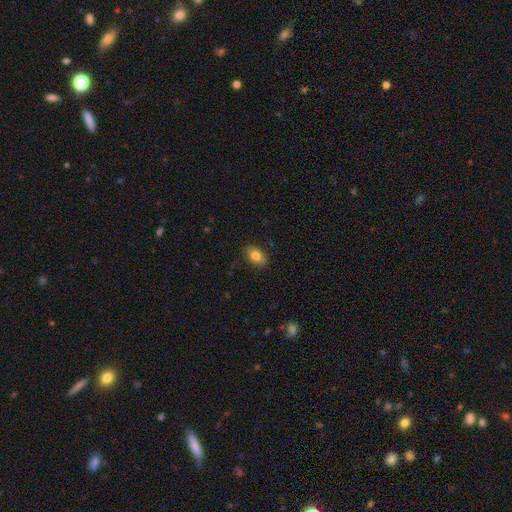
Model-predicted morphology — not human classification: Smooth or featured?
  - smooth: 80% *
  - featured or disk: 12%
  - star or artifact: 8%
How rounded?
  - in between: 87% *
  - round: 11%
  - cigar-shaped: 2%
Merging?
  - none: 86% *
  - minor disturbance: 11%
  - major disturbance: 2%
  - merger: 1%